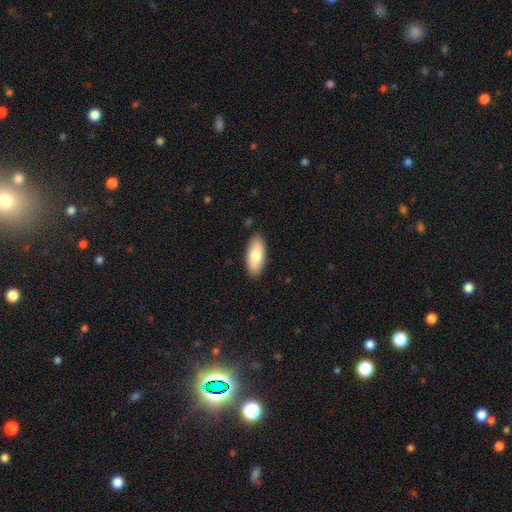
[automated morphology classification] A smooth galaxy with no disk features (80%) that is in between round and cigar-shaped (84%).

Vote fractions:
- Smooth or featured? smooth: 80% / featured or disk: 14% / star or artifact: 6%
- How rounded? in between: 84% / cigar-shaped: 14% / round: 2%
- Merging? none: 88% / minor disturbance: 9% / major disturbance: 2% / merger: 1%